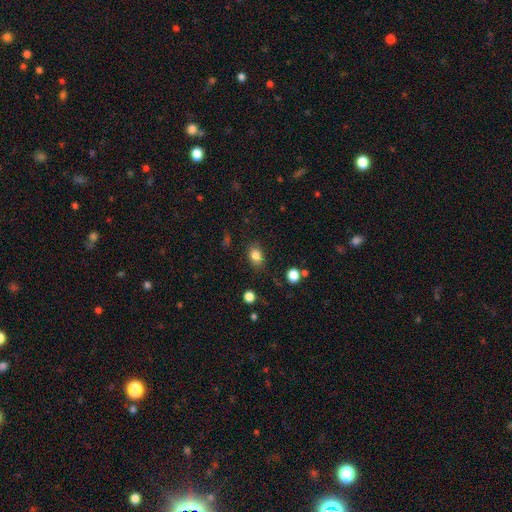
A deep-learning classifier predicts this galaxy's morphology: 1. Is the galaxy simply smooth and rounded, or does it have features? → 84% smooth, 11% star or artifact, 6% featured or disk.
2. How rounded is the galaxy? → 70% in between, 29% round, 1% cigar-shaped.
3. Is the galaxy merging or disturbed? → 80% none, 14% minor disturbance, 4% major disturbance, 2% merger.